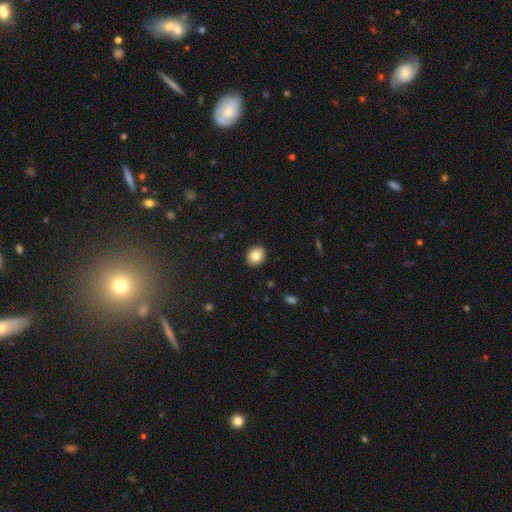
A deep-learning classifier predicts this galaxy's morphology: smooth_or_featured: smooth (p=0.83) [alt: star or artifact p=0.09]
how_rounded: round (p=0.74) [alt: in between p=0.25]
merging: none (p=0.91) [alt: minor disturbance p=0.06]